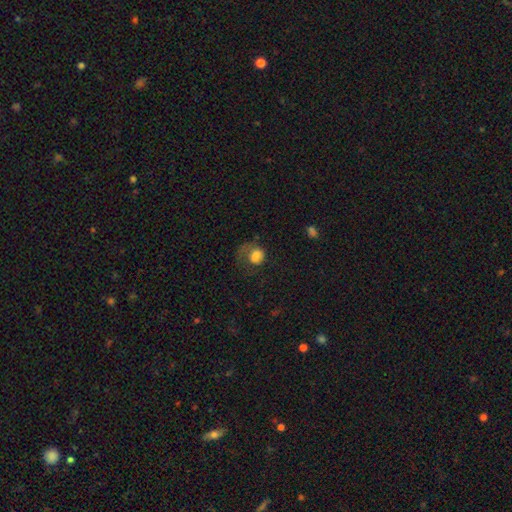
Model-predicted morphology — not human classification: Overall: smooth (65%). How rounded: in between (52%; round 47%). Merging: major disturbance (49%; none 29%).